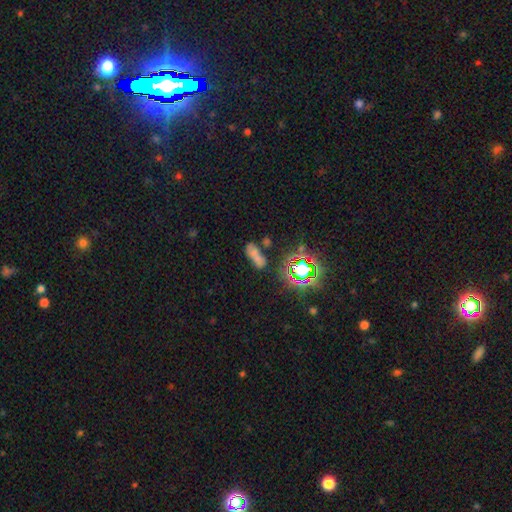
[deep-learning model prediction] The model was most divided on "merging" (2-way tie): merger: 37%, none: 37%, minor disturbance: 16%, major disturbance: 11%. More confident: how rounded — in between (75%); smooth or featured — smooth (54%).